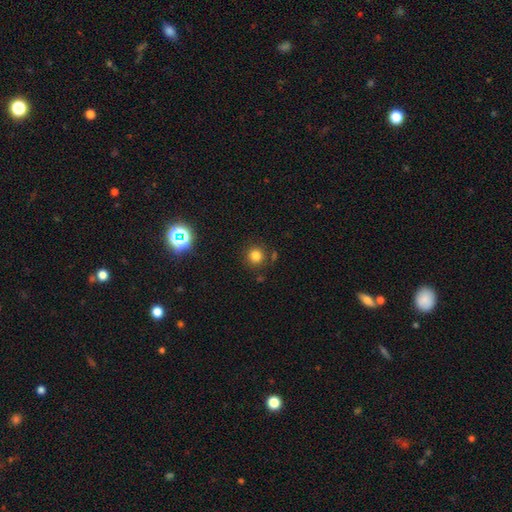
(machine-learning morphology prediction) Smooth or featured?
  - smooth: 79% *
  - star or artifact: 15%
  - featured or disk: 6%
How rounded?
  - round: 94% *
  - in between: 5%
  - cigar-shaped: 1%
Merging?
  - none: 84% *
  - minor disturbance: 8%
  - merger: 5%
  - major disturbance: 3%